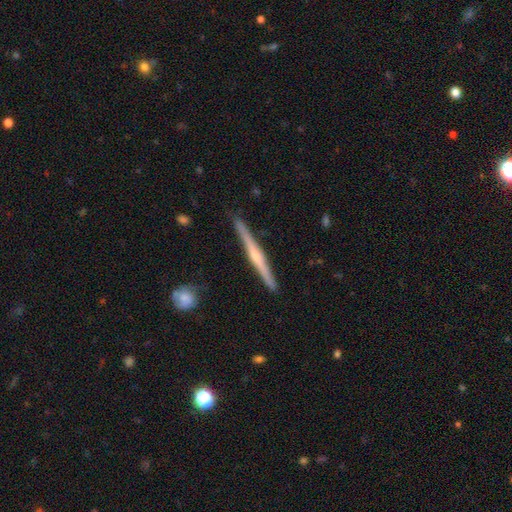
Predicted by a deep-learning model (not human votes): smooth_or_featured: featured or disk (p=0.70) [alt: smooth p=0.24]
disk_edge_on: yes (p=0.98) [alt: no p=0.02]
edge_on_bulge: rounded (p=0.68) [alt: none p=0.23]
merging: none (p=0.90) [alt: minor disturbance p=0.08]